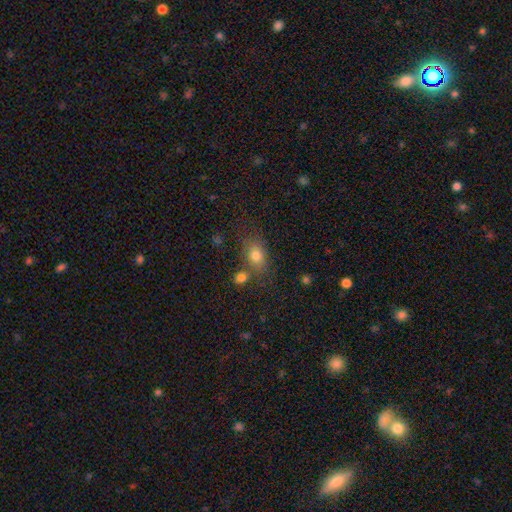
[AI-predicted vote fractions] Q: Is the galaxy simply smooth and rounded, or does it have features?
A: smooth — 78%.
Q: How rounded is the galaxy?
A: in between — 70%.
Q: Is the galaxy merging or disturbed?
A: none — 64%.